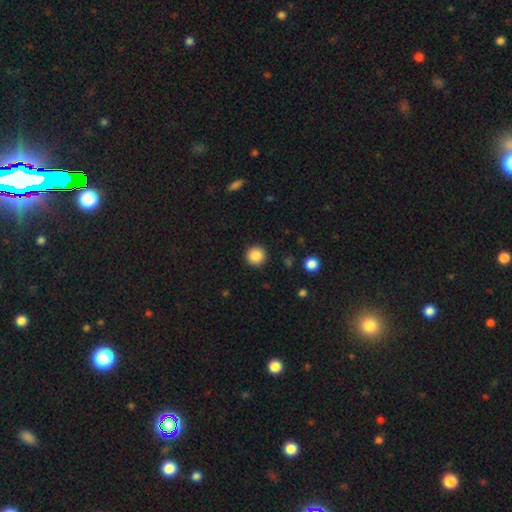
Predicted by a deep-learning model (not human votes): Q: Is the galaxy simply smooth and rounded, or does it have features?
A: smooth — 87%.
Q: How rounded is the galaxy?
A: round — 95%.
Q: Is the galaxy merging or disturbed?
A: none — 92%.